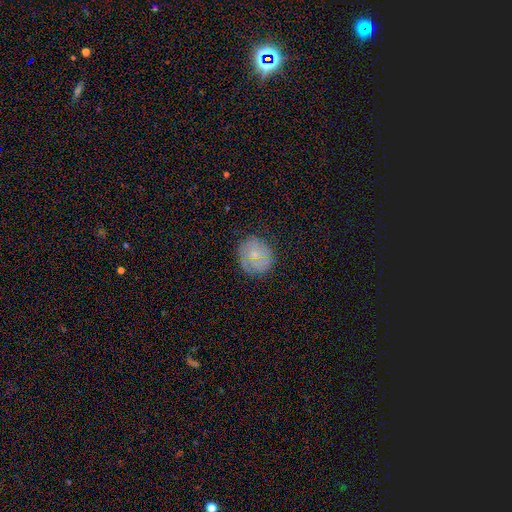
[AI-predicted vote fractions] Q: Smooth or featured?
A: smooth (57%); runner-up: featured or disk (33%)
Q: How rounded?
A: round (83%); runner-up: in between (16%)
Q: Merging?
A: none (75%); runner-up: minor disturbance (18%)